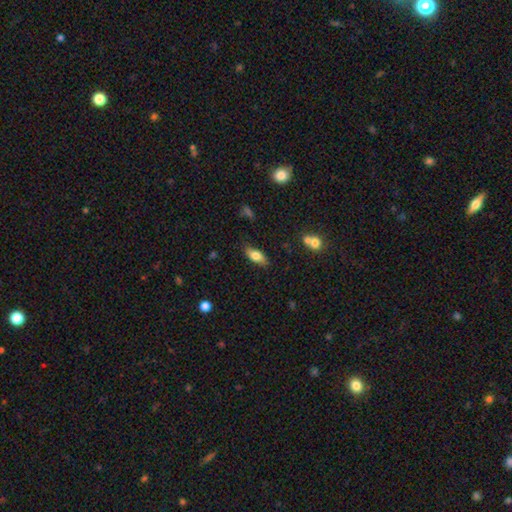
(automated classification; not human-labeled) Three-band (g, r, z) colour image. It shows a smooth galaxy with no disk features (75%) that is in between round and cigar-shaped (82%). Merging: none (81%).